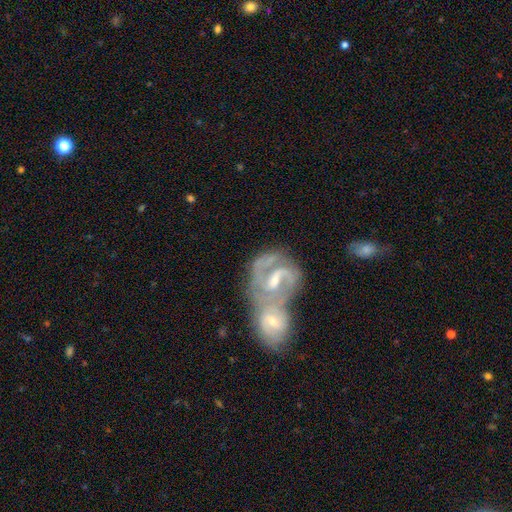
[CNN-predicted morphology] This appears to be a featured or disk galaxy (82%) with a weak bar (50%), 2 (68%) medium (52%) spiral arms (94%) and a small central bulge (52%). Merging: merger (50%).